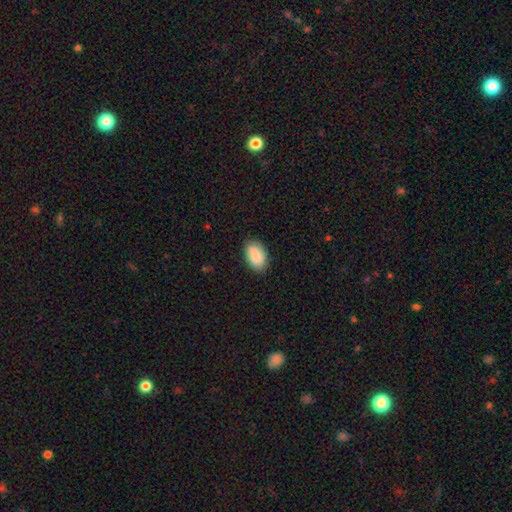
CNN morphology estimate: Smooth or featured? Predicted: smooth (p=0.87). How rounded? Predicted: in between (p=0.93). Merging? Predicted: none (p=0.85).